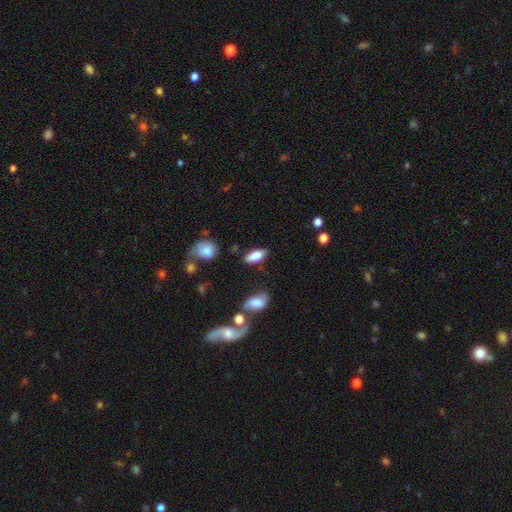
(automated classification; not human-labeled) A smooth galaxy with no disk features (76%) that is in between round and cigar-shaped (83%). Merging: none (71%).